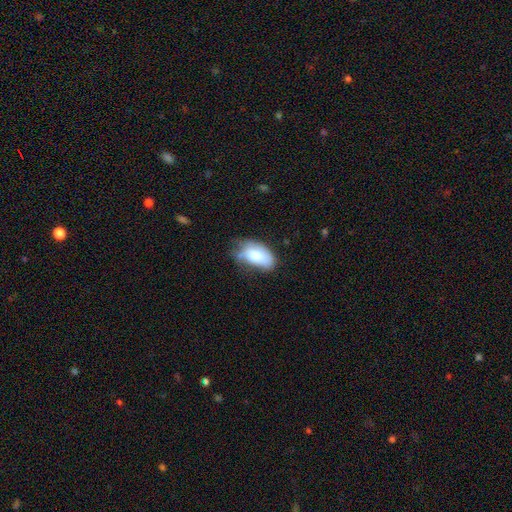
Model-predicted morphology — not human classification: smooth_or_featured: smooth (p=0.71) [alt: featured or disk p=0.22]
how_rounded: in between (p=0.93) [alt: round p=0.05]
merging: none (p=0.41) [alt: minor disturbance p=0.39]